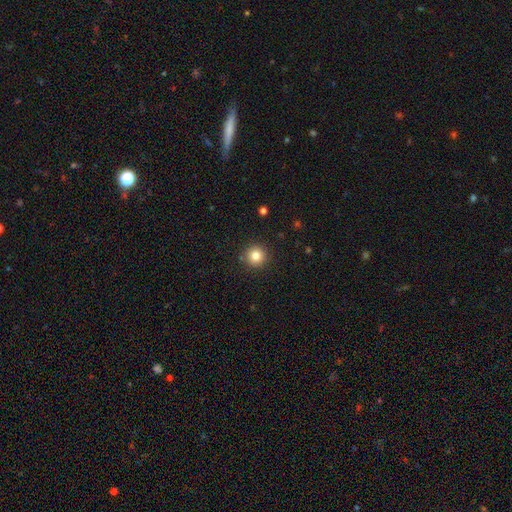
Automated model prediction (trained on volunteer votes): Smooth or featured?
  - smooth: 82% *
  - star or artifact: 12%
  - featured or disk: 6%
How rounded?
  - round: 96% *
  - in between: 3%
  - cigar-shaped: 1%
Merging?
  - none: 91% *
  - minor disturbance: 5%
  - major disturbance: 2%
  - merger: 1%